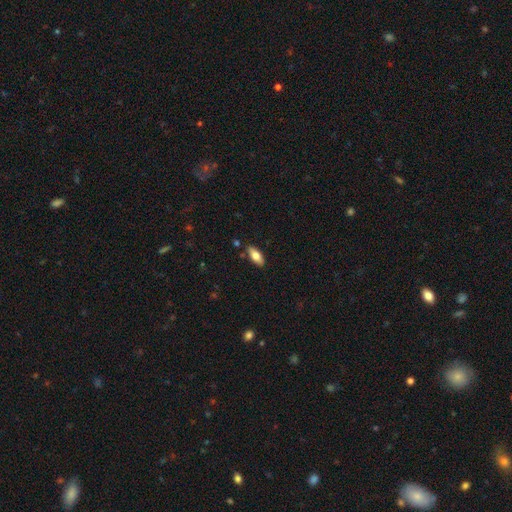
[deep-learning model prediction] Smooth or featured?
  - smooth: 73% *
  - featured or disk: 20%
  - star or artifact: 6%
How rounded?
  - in between: 82% *
  - cigar-shaped: 16%
  - round: 2%
Merging?
  - none: 84% *
  - minor disturbance: 11%
  - merger: 3%
  - major disturbance: 2%